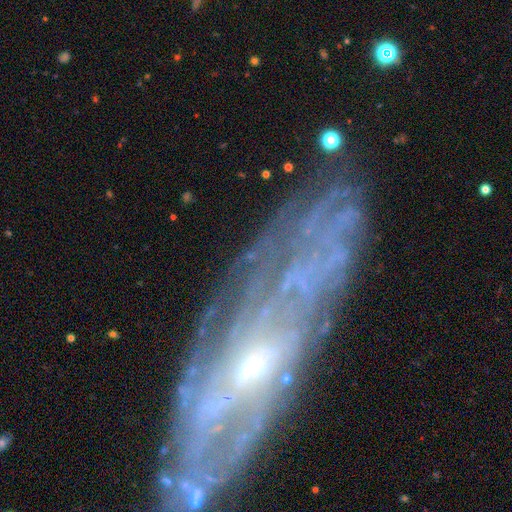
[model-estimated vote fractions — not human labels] A featured or disk galaxy (74%) with no bar (52%), spiral arms (80%) and a small central bulge (61%).

Vote fractions:
- Smooth or featured? featured or disk: 74% / star or artifact: 14% / smooth: 12%
- Edge-on disk? no: 82% / yes: 18%
- Bar? no: 52% / weak: 32% / strong: 16%
- Spiral arms? yes: 80% / no: 20%
- Bulge size? small: 61% / moderate: 26% / none: 6% / large: 4% / dominant: 2%
- Merging? none: 72% / minor disturbance: 16% / major disturbance: 9% / merger: 3%